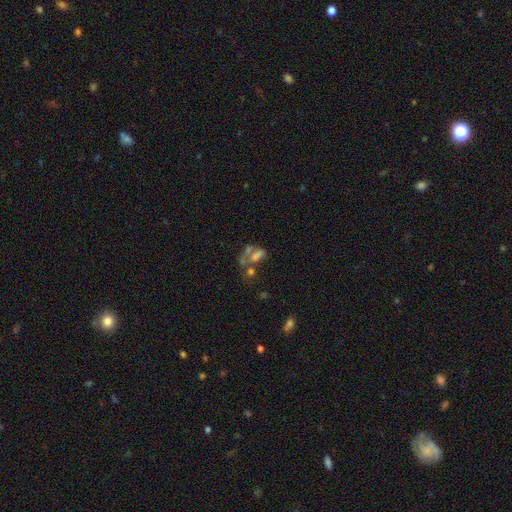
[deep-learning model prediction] Smooth or featured? Predicted: smooth (p=0.44). Merging? Predicted: merger (p=0.43).